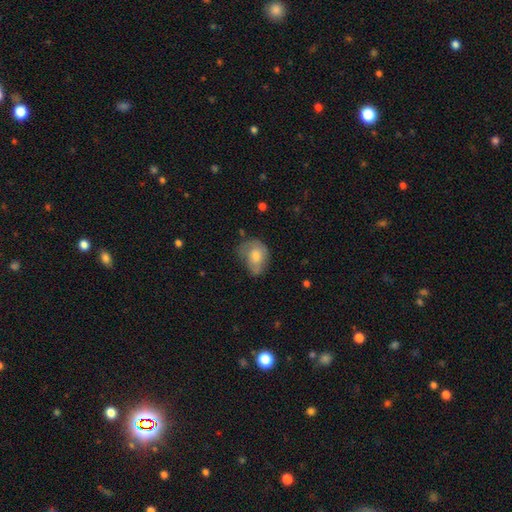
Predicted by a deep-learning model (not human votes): smooth 54%, featured or disk 37%, star or artifact 8%. Down the decision tree: how rounded — in between (60%); merging — none (44%).